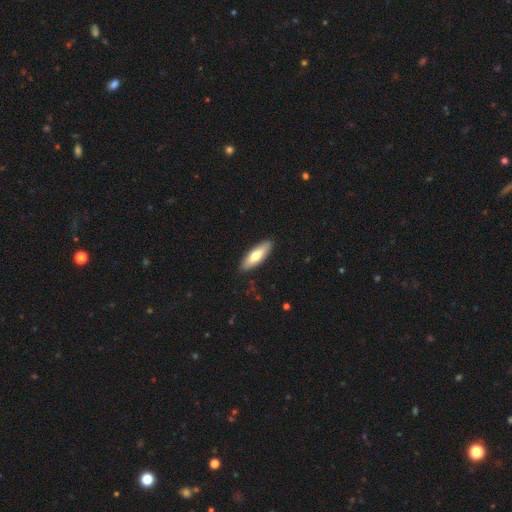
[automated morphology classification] This is likely a smooth galaxy (69%). How rounded: possibly in between (51%). Merging: clearly none (89%).